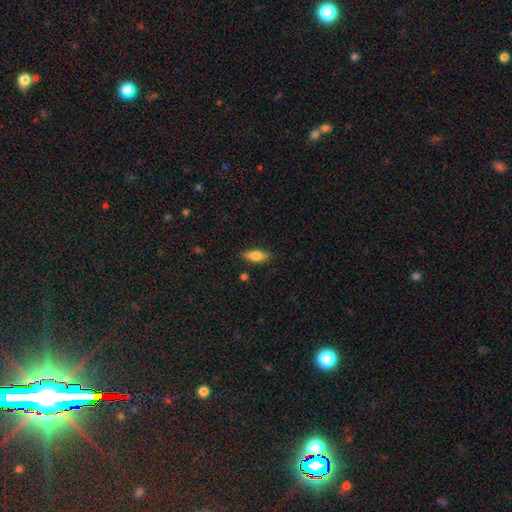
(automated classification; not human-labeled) smooth 79%, featured or disk 14%, star or artifact 7%. Down the decision tree: how rounded — in between (75%); merging — none (84%).